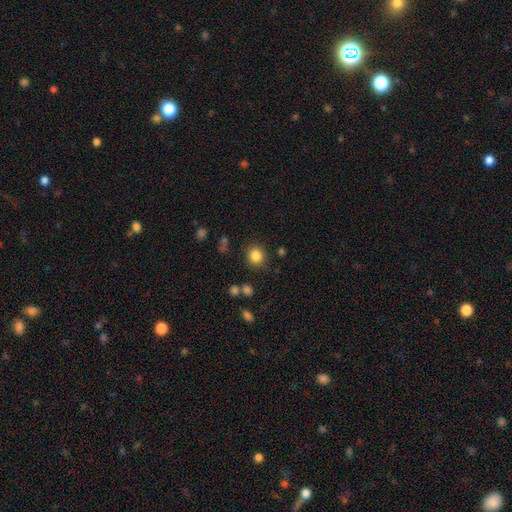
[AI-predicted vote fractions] Smooth or featured? smooth (84%)
How rounded? round (86%)
Merging? none (86%)